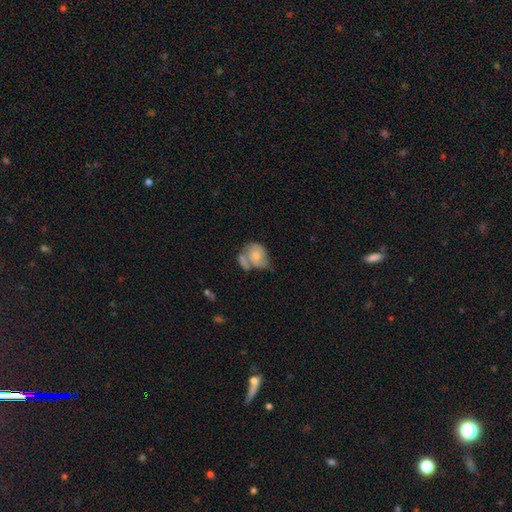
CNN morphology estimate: smooth_or_featured: smooth (p=0.51) [alt: featured or disk p=0.42]
how_rounded: round (p=0.49) [tied with: in between p=0.49]
merging: merger (p=0.39) [alt: none p=0.25]